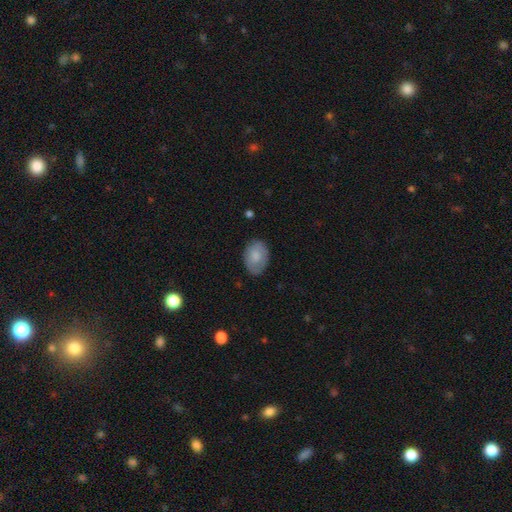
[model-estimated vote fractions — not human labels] This is likely a smooth galaxy (75%). How rounded: clearly in between (81%). Merging: likely none (75%).